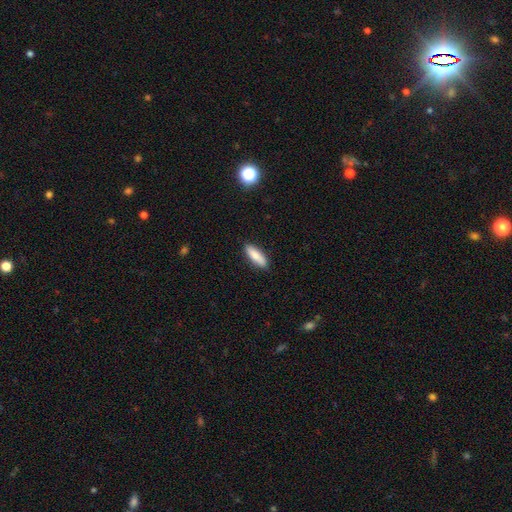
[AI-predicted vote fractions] Smooth or featured?
  - smooth: 84% *
  - featured or disk: 10%
  - star or artifact: 6%
How rounded?
  - in between: 50% *
  - cigar-shaped: 49%
  - round: 2%
Merging?
  - none: 88% *
  - minor disturbance: 9%
  - major disturbance: 2%
  - merger: 1%